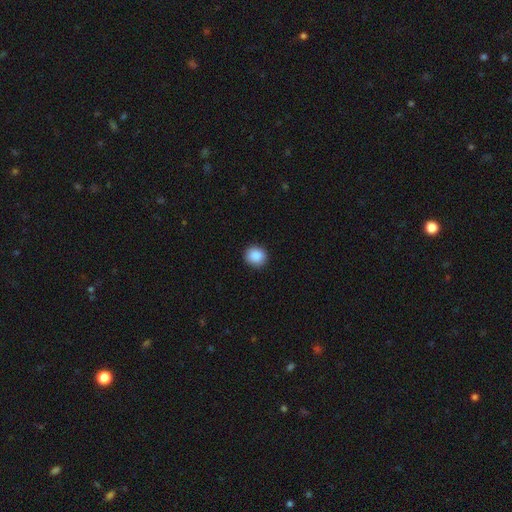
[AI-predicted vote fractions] Smooth or featured? smooth (88%)
How rounded? round (87%)
Merging? none (91%)